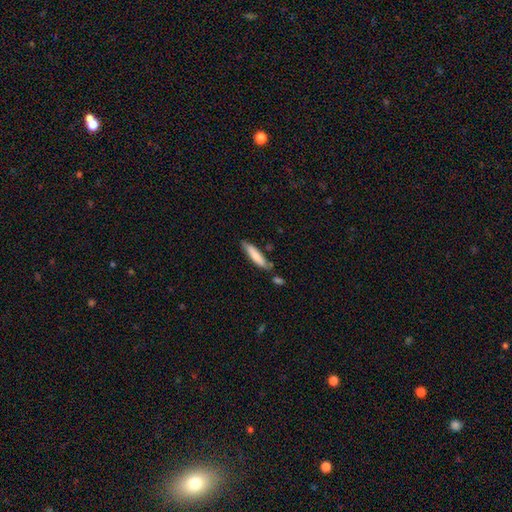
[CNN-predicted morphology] smooth 79%, featured or disk 15%, star or artifact 6%. Down the decision tree: how rounded — cigar-shaped (81%); merging — none (69%).